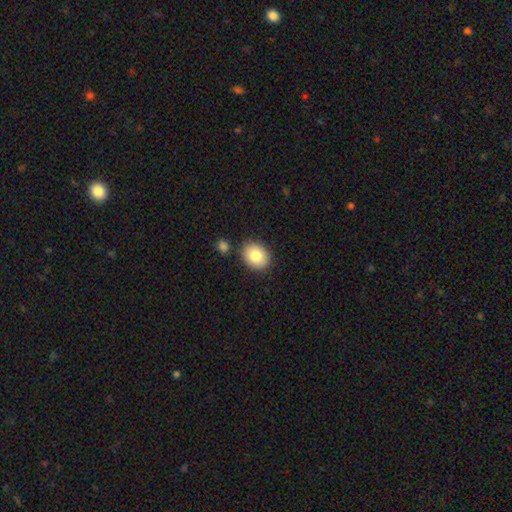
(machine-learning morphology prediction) A smooth galaxy with no disk features (83%) that is in between round and cigar-shaped (53%). Merging: none (83%).